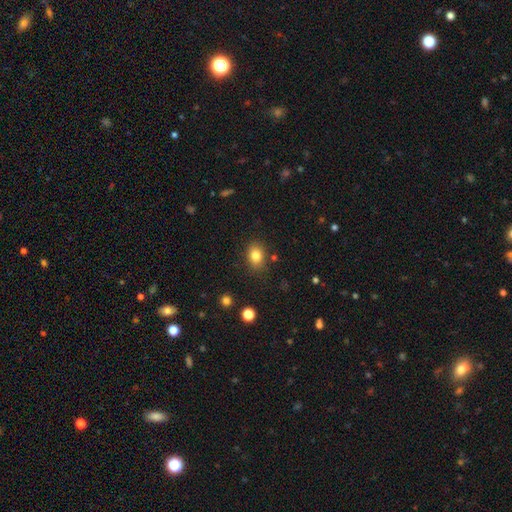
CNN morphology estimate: smooth_or_featured: smooth (p=0.82) [alt: star or artifact p=0.10]
how_rounded: in between (p=0.58) [alt: round p=0.41]
merging: none (p=0.82) [alt: minor disturbance p=0.12]